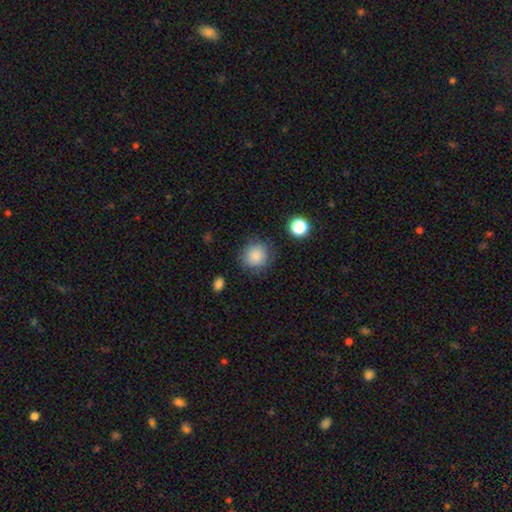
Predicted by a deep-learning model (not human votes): smooth 86%, star or artifact 10%, featured or disk 5%. Down the decision tree: how rounded — round (89%); merging — none (82%).